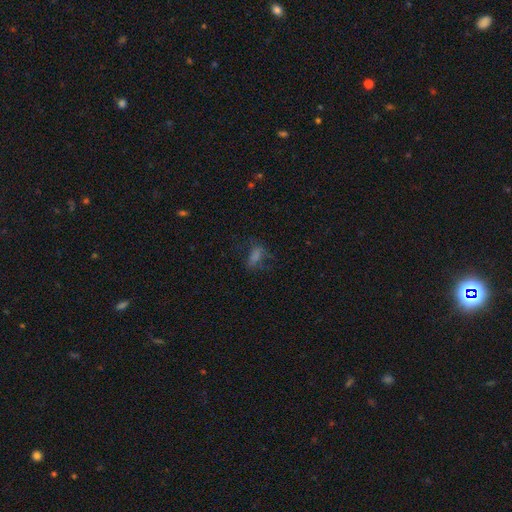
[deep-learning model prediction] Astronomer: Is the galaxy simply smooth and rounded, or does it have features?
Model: smooth — 49% (runner-up: star or artifact, 27%).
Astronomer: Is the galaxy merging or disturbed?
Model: none — 58%.